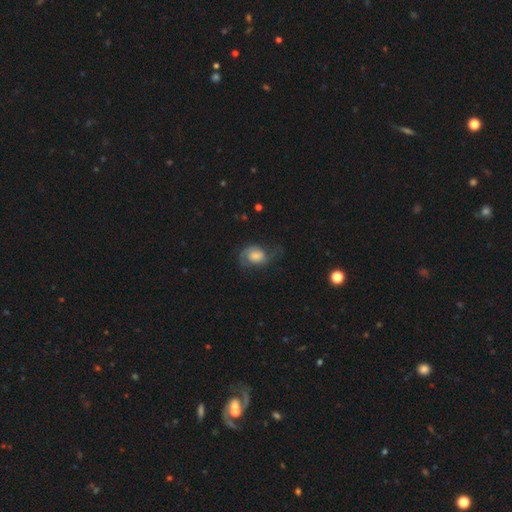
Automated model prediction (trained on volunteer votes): Q: Smooth or featured?
A: featured or disk (58%); runner-up: smooth (34%)
Q: Edge-on disk?
A: no (97%); runner-up: yes (3%)
Q: Bar?
A: no (64%); runner-up: weak (30%)
Q: Spiral arms?
A: yes (88%); runner-up: no (12%)
Q: Bulge size?
A: moderate (30%); runner-up: large (29%)
Q: Merging?
A: none (48%); runner-up: major disturbance (26%)